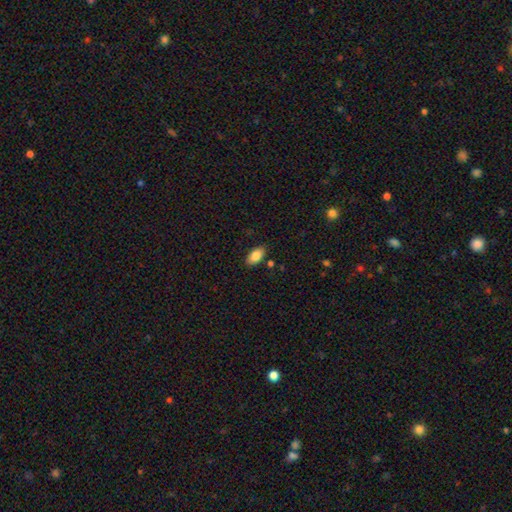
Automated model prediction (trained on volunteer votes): Smooth or featured? Predicted: smooth (p=0.86). How rounded? Predicted: in between (p=0.93). Merging? Predicted: none (p=0.85).